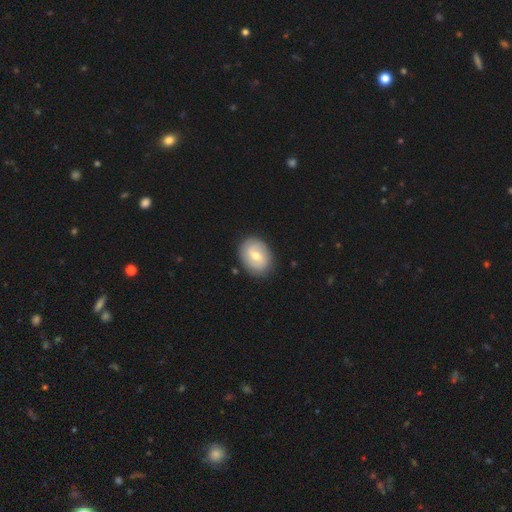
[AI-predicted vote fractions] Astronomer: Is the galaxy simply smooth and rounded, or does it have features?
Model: smooth — 47%, tied with featured or disk at 47%.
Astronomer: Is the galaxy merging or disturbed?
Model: none — 86%.